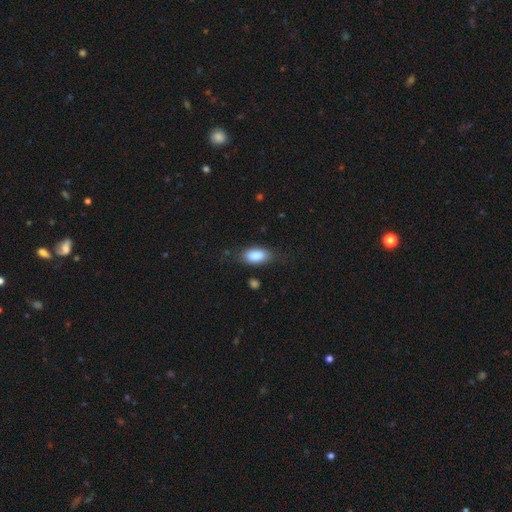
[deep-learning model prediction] smooth-or-featured: smooth: 86% | featured or disk: 7% | star or artifact: 7%
  how-rounded: in between: 89% | cigar-shaped: 7% | round: 4%
  merging: none: 72% | minor disturbance: 20% | major disturbance: 7% | merger: 2%